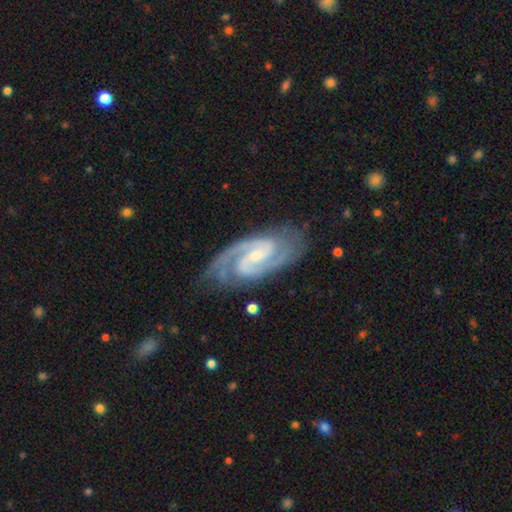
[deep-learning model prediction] Smooth or featured?
  - featured or disk: 93% *
  - star or artifact: 4%
  - smooth: 3%
Edge-on disk?
  - no: 97% *
  - yes: 3%
Bar?
  - weak: 51% *
  - no: 27%
  - strong: 22%
Spiral arms?
  - yes: 99% *
  - no: 1%
Spiral winding?
  - medium: 53% *
  - tight: 40%
  - loose: 7%
Spiral arm count?
  - 2: 90% *
  - 3: 4%
  - can't tell: 2%
  - 1: 1%
  - 4: 1%
  - more than 4: 1%
Bulge size?
  - small: 62% *
  - moderate: 26%
  - none: 9%
  - large: 2%
  - dominant: 1%
Merging?
  - none: 78% *
  - minor disturbance: 16%
  - major disturbance: 4%
  - merger: 1%